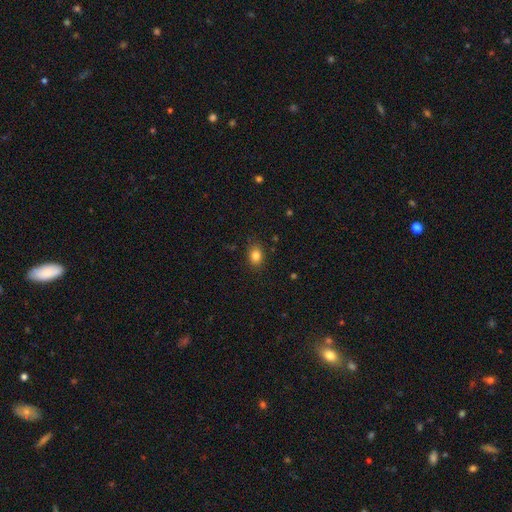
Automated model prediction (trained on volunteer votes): Overall: smooth (83%). How rounded: in between (64%; round 35%). Merging: none (85%).